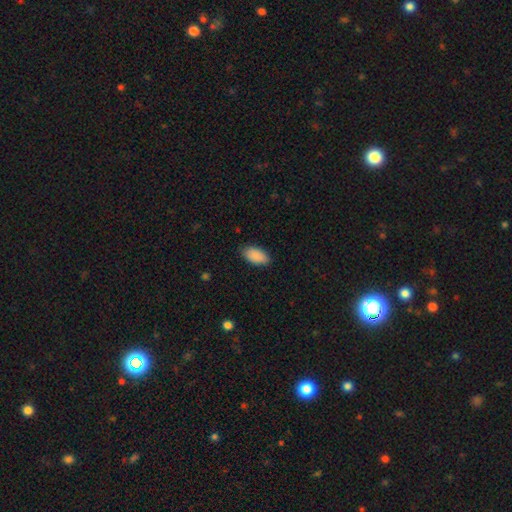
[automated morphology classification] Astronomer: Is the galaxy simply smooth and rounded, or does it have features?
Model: smooth — 90%.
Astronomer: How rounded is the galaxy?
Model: in between — 95%.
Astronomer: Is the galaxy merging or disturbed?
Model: none — 85%.